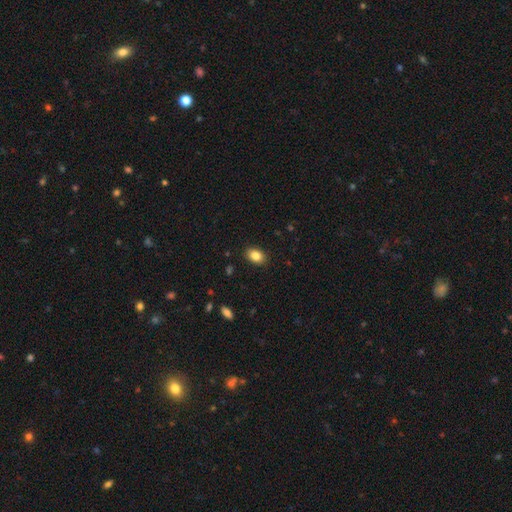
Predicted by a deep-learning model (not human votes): Morphology: type=smooth (84%); roundness=in between (78%); merging=none (89%).